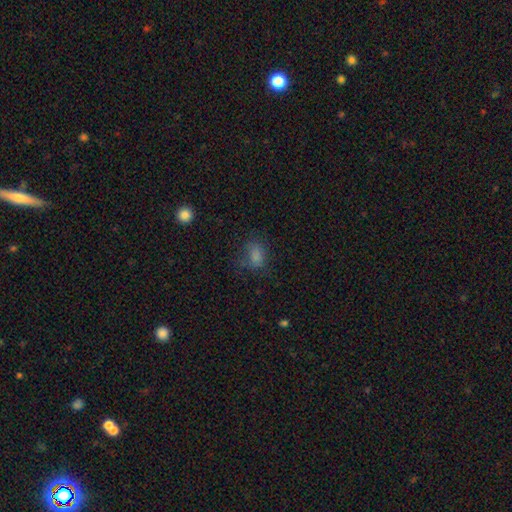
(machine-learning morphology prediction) Smooth or featured? smooth (76%)
How rounded? in between (75%)
Merging? none (57%)